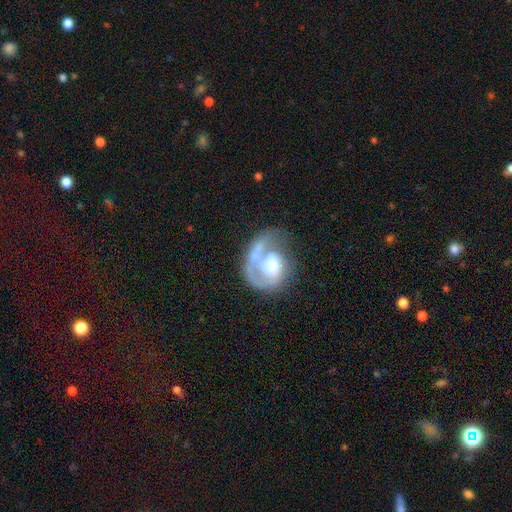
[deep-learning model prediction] smooth_or_featured: featured or disk (p=0.70) [alt: smooth p=0.24]
disk_edge_on: no (p=0.98) [alt: yes p=0.02]
bar: no (p=0.63) [alt: weak p=0.29]
has_spiral_arms: yes (p=0.74) [alt: no p=0.26]
spiral_winding: tight (p=0.39) [alt: medium p=0.35]
spiral_arm_count: 1 (p=0.74) [alt: 2 p=0.12]
bulge_size: moderate (p=0.47) [alt: small p=0.20]
merging: none (p=0.37) [alt: major disturbance p=0.31]